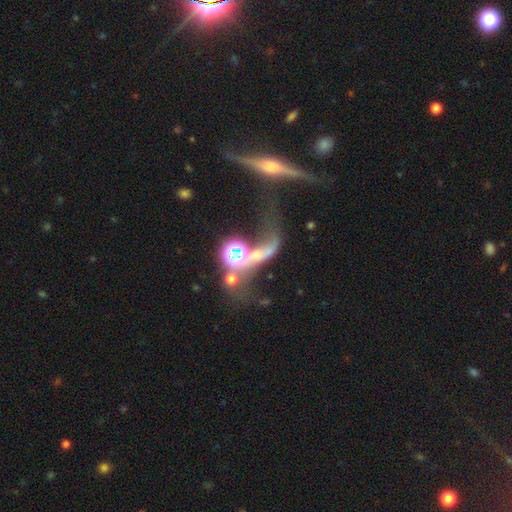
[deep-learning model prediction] This is marginally a featured or disk galaxy (42%). Merging: marginally merger (40%).